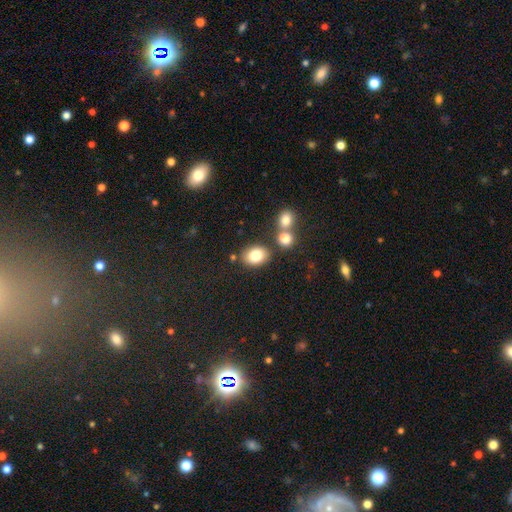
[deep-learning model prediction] Smooth or featured?
  - smooth: 82% *
  - star or artifact: 9%
  - featured or disk: 9%
How rounded?
  - in between: 67% *
  - round: 32%
  - cigar-shaped: 1%
Merging?
  - none: 71% *
  - merger: 15%
  - minor disturbance: 11%
  - major disturbance: 3%